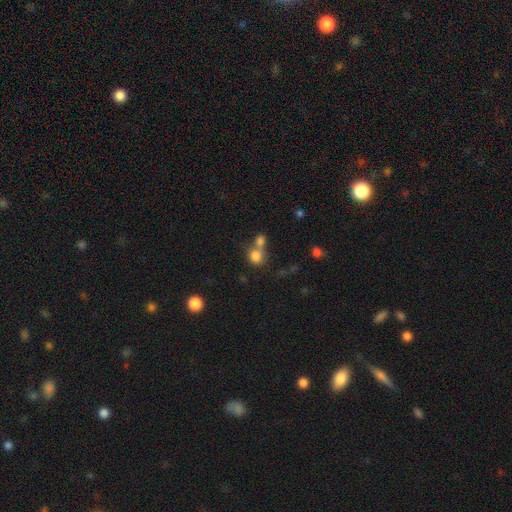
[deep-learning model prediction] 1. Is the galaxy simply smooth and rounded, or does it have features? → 79% smooth, 12% star or artifact, 9% featured or disk.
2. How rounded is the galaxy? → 75% round, 24% in between, 1% cigar-shaped.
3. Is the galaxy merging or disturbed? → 51% merger, 37% none, 7% minor disturbance, 4% major disturbance.